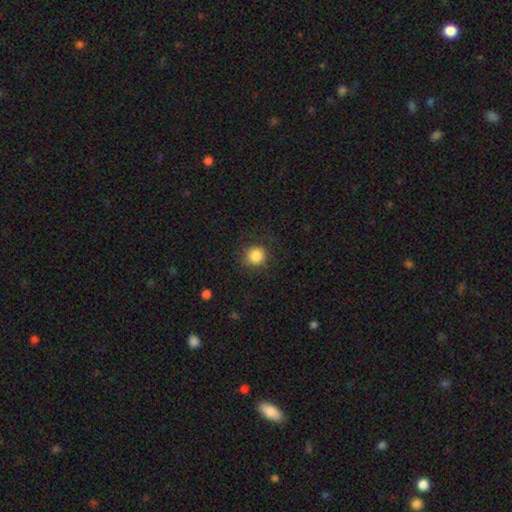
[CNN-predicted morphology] Smooth or featured? smooth (86%)
How rounded? round (93%)
Merging? none (85%)